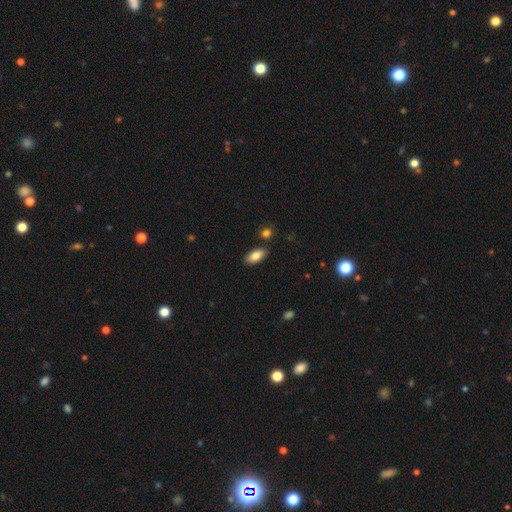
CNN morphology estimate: smooth_or_featured: smooth (p=0.84) [alt: featured or disk p=0.09]
how_rounded: in between (p=0.91) [alt: cigar-shaped p=0.07]
merging: none (p=0.86) [alt: minor disturbance p=0.09]